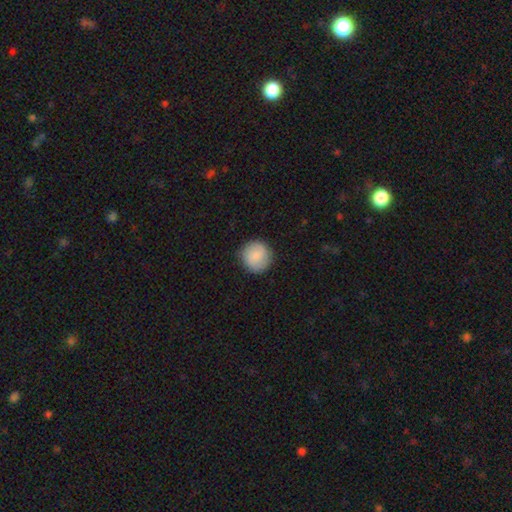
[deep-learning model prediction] A smooth galaxy with no disk features (86%) that is round (94%). Merging: none (88%).